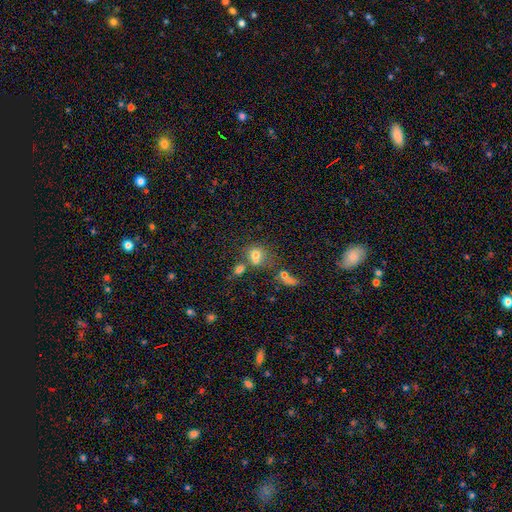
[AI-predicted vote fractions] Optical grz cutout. It shows a smooth galaxy with no disk features (69%) that is round (57%). Merging: merger (43%).